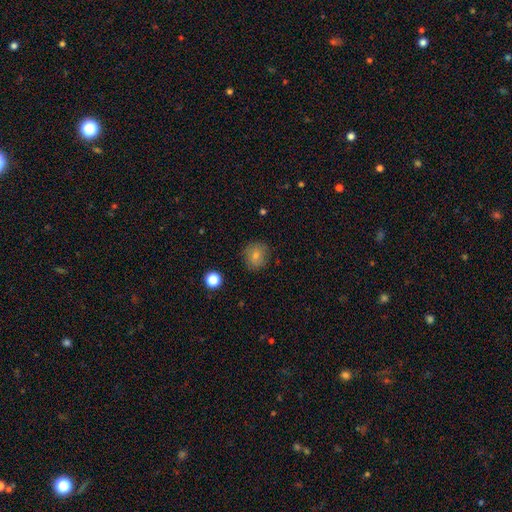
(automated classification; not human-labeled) Overall: smooth (77%). How rounded: round (82%). Merging: none (82%).